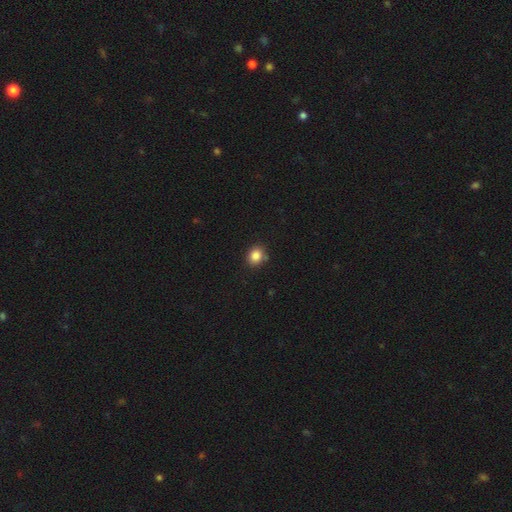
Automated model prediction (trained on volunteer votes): Smooth or featured? Predicted: smooth (p=0.85). How rounded? Predicted: round (p=0.68). Merging? Predicted: none (p=0.82).